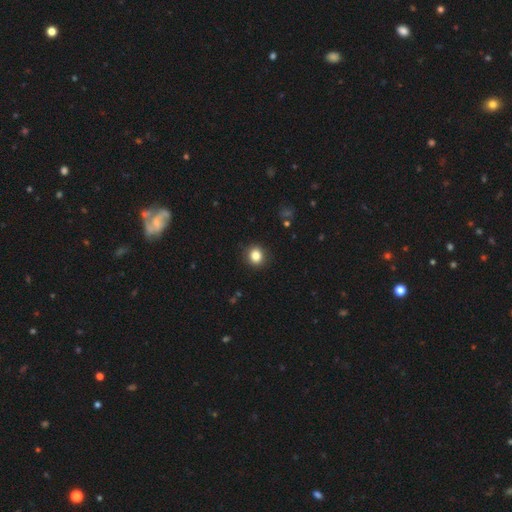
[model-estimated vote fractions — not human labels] Smooth or featured? smooth (84%)
How rounded? round (81%)
Merging? none (90%)